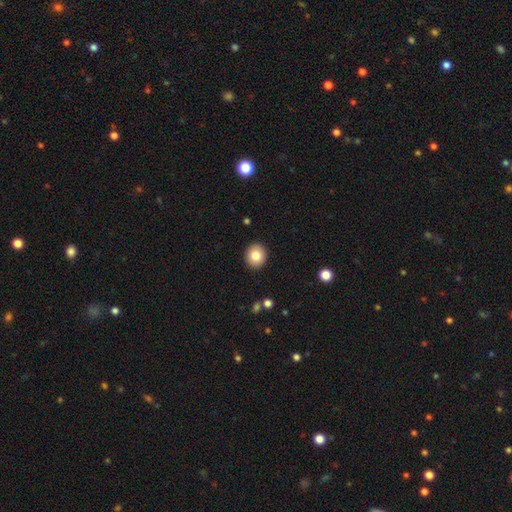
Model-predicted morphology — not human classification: Smooth or featured? smooth (82%)
How rounded? round (85%)
Merging? none (92%)